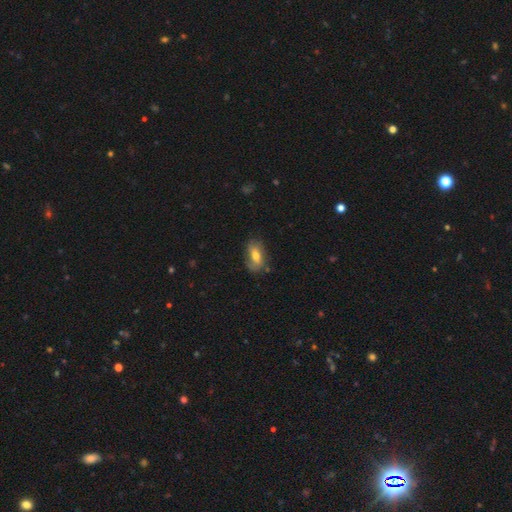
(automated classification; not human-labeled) This appears to be a smooth galaxy with no disk features (61%) that is in between round and cigar-shaped (86%). Merging: none (64%).